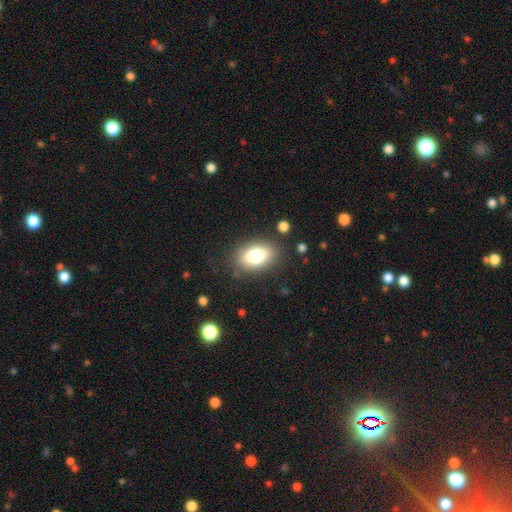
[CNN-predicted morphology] smooth_or_featured: smooth (p=0.76) [alt: featured or disk p=0.14]
how_rounded: in between (p=0.83) [alt: round p=0.15]
merging: none (p=0.81) [alt: minor disturbance p=0.12]